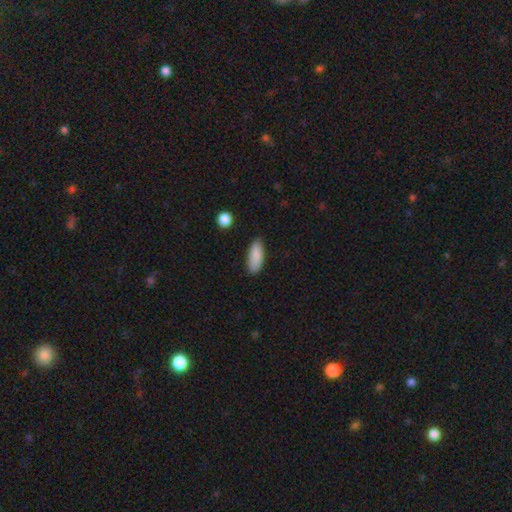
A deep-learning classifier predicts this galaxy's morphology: Smooth or featured? Predicted: smooth (p=0.88). How rounded? Predicted: in between (p=0.75). Merging? Predicted: none (p=0.83).